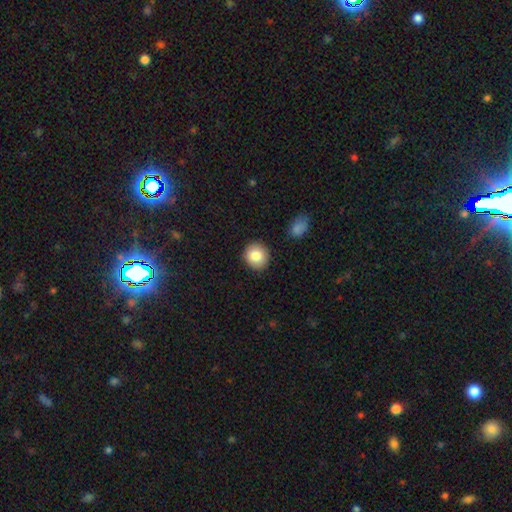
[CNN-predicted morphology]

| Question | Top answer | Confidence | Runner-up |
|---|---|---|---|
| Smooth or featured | smooth | 84% | star or artifact (8%) |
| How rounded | round | 83% | in between (16%) |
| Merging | none | 89% | minor disturbance (7%) |